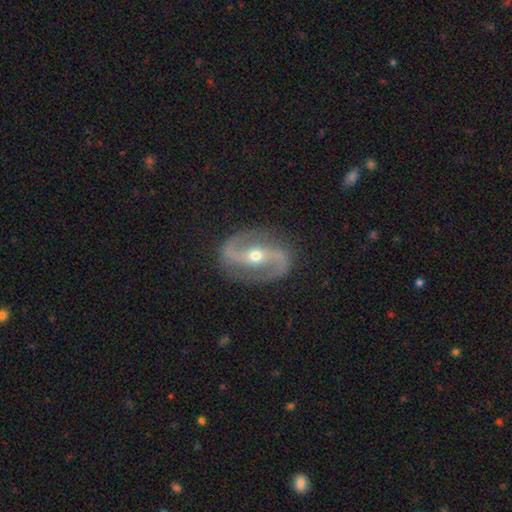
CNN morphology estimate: Smooth or featured?
  - featured or disk: 91% *
  - smooth: 4%
  - star or artifact: 4%
Edge-on disk?
  - no: 97% *
  - yes: 3%
Bar?
  - weak: 35% *
  - strong: 34%
  - no: 31%
Spiral arms?
  - yes: 97% *
  - no: 3%
Spiral winding?
  - medium: 49% *
  - loose: 37%
  - tight: 14%
Spiral arm count?
  - 2: 94% *
  - can't tell: 2%
  - 1: 1%
  - 3: 1%
  - 4: 1%
  - more than 4: 1%
Bulge size?
  - moderate: 64% *
  - small: 31%
  - large: 3%
  - none: 1%
  - dominant: 1%
Merging?
  - none: 86% *
  - minor disturbance: 10%
  - major disturbance: 3%
  - merger: 1%